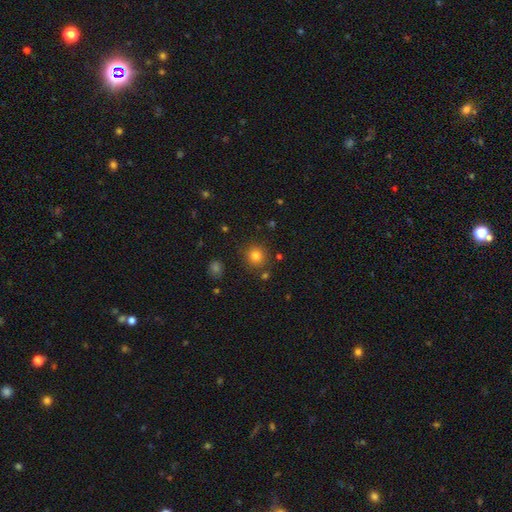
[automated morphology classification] type=smooth (81%); roundness=round (91%); merging=none (85%).